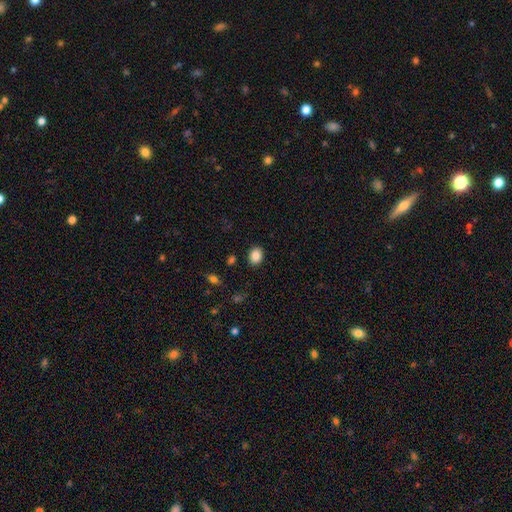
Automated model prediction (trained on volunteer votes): Overall: smooth (86%). How rounded: in between (53%; round 46%). Merging: none (89%).